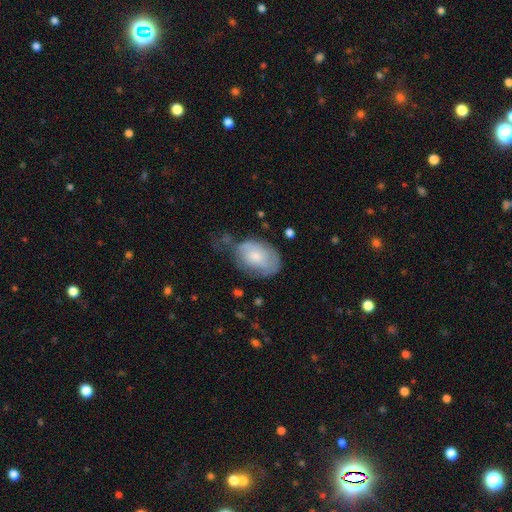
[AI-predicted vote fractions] This appears to be a smooth galaxy with no disk features (61%) that is in between round and cigar-shaped (84%). Merging: none (38%).